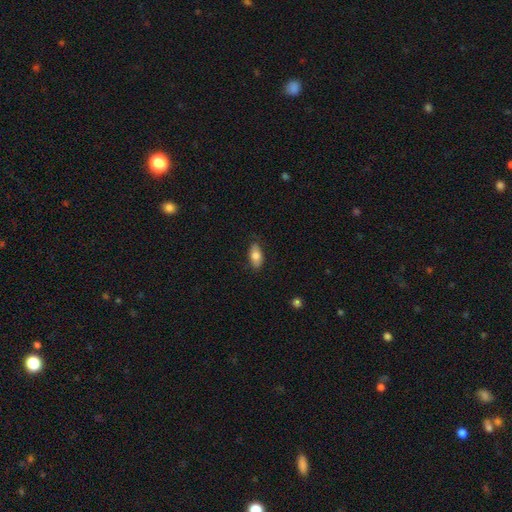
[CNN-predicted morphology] A smooth galaxy with no disk features (78%) that is in between round and cigar-shaped (90%).

Vote fractions:
- Smooth or featured? smooth: 78% / featured or disk: 15% / star or artifact: 7%
- How rounded? in between: 90% / cigar-shaped: 6% / round: 4%
- Merging? none: 81% / minor disturbance: 15% / major disturbance: 3% / merger: 1%